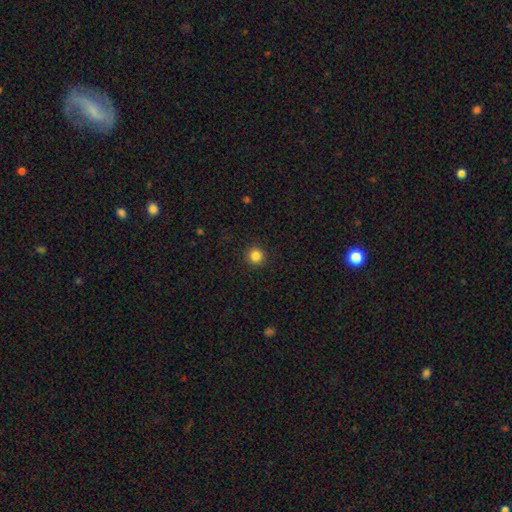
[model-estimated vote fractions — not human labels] This appears to be a smooth galaxy with no disk features (85%) that is round (95%). Merging: none (92%).